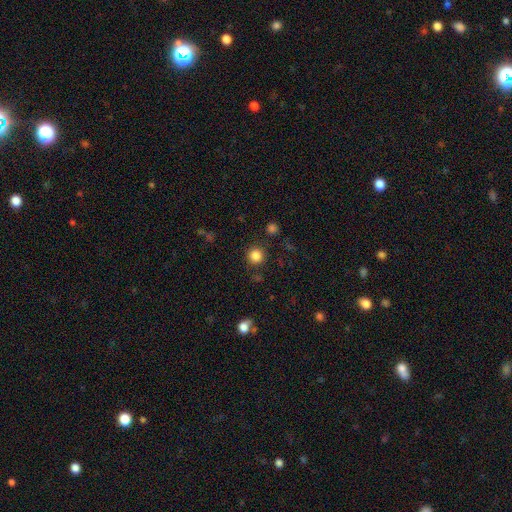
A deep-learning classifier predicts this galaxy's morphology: Smooth or featured? smooth (84%)
How rounded? round (94%)
Merging? none (88%)